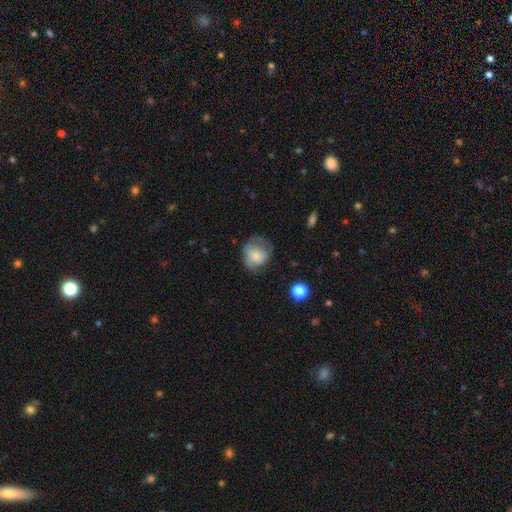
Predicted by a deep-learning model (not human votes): Morphology: type=smooth (67%); roundness=round (71%); merging=none (48%).